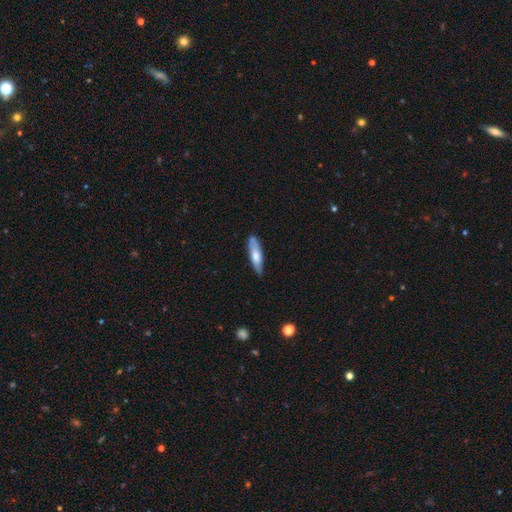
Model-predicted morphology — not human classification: Q: Smooth or featured?
A: smooth (65%); runner-up: featured or disk (29%)
Q: How rounded?
A: cigar-shaped (66%); runner-up: in between (32%)
Q: Merging?
A: none (71%); runner-up: minor disturbance (21%)